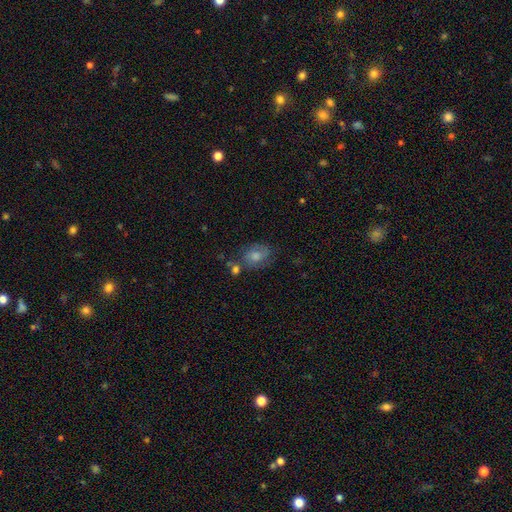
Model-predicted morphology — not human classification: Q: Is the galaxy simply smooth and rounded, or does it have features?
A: smooth — 60%.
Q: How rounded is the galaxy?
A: in between — 65%.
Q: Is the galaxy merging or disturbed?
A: none — 57%.